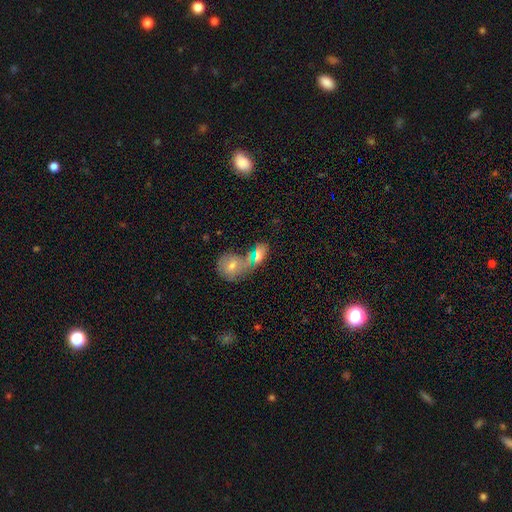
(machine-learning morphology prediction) smooth 68%, featured or disk 20%, star or artifact 12%. Down the decision tree: how rounded — in between (78%); merging — merger (49%).